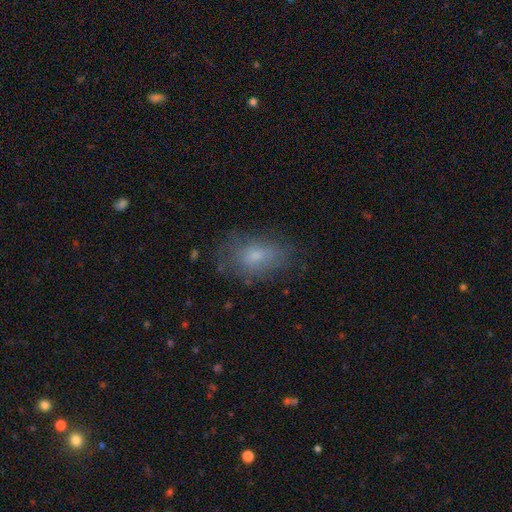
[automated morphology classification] Smooth or featured: smooth — 66% (featured or disk — 24%)
How rounded: in between — 86% (round — 11%)
Merging: none — 64% (minor disturbance — 23%)